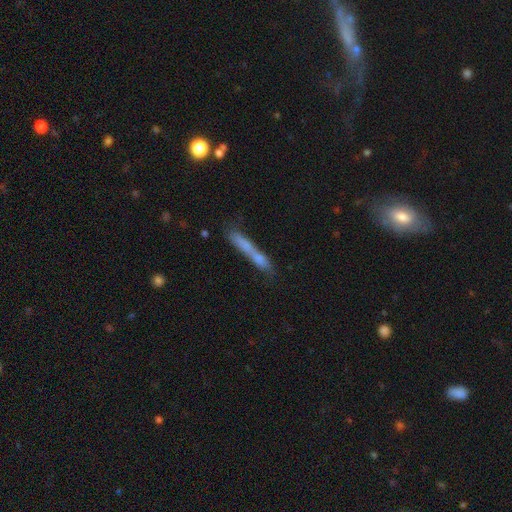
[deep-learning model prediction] Smooth or featured? smooth (59%)
How rounded? cigar-shaped (92%)
Merging? none (55%)